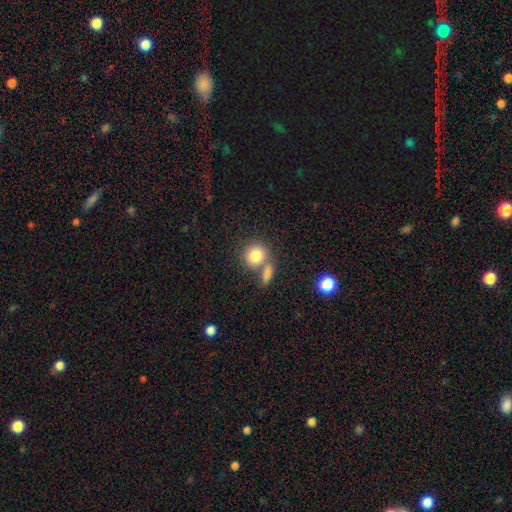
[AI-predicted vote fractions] smooth_or_featured: smooth (p=0.81) [alt: featured or disk p=0.10]
how_rounded: round (p=0.82) [alt: in between p=0.16]
merging: none (p=0.54) [alt: merger p=0.32]